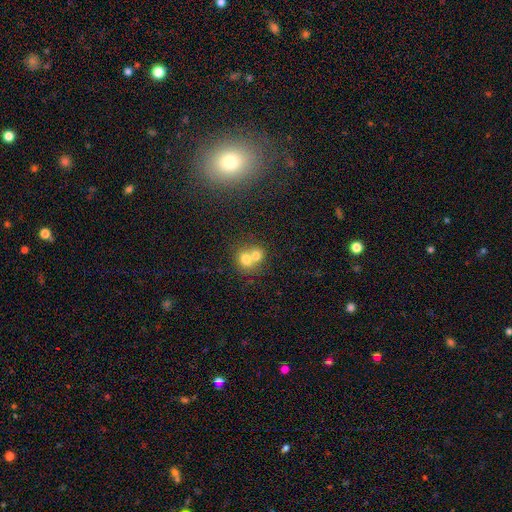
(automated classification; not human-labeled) smooth 69%, featured or disk 20%, star or artifact 10%. Down the decision tree: how rounded — round (71%); merging — merger (68%).